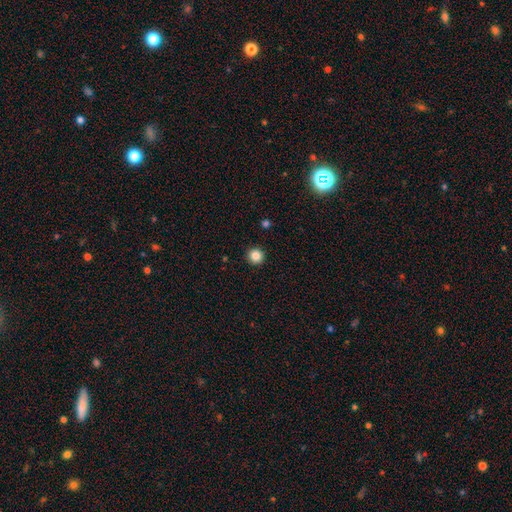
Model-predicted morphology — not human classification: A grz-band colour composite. It shows a smooth galaxy with no disk features (85%) that is round (96%). Merging: none (94%).